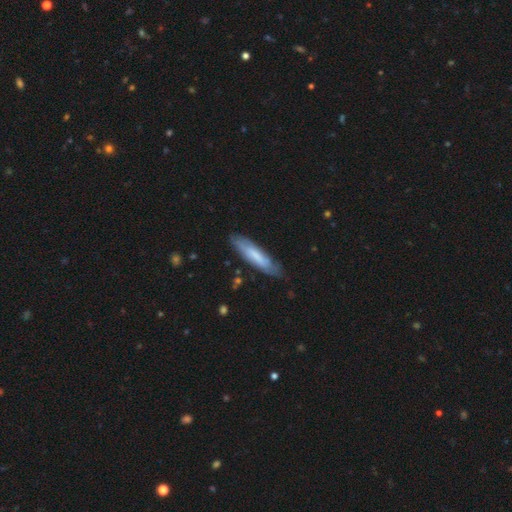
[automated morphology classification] A smooth galaxy with no disk features (60%) that is cigar-shaped (77%). Merging: none (80%).